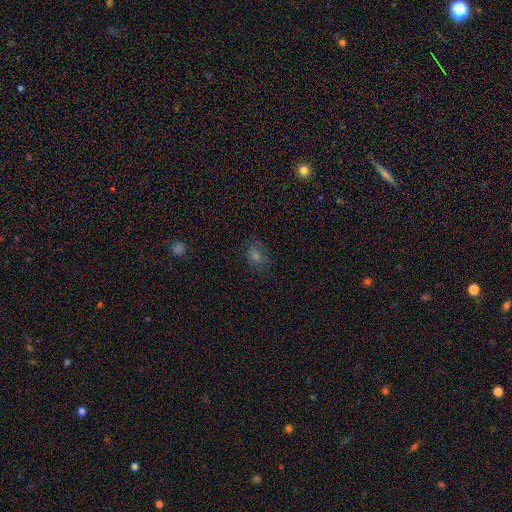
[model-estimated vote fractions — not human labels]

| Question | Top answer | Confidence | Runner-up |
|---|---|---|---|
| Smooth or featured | smooth | 53% | star or artifact (27%) |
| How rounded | round | 51% | in between (48%) |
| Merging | none | 74% | minor disturbance (18%) |